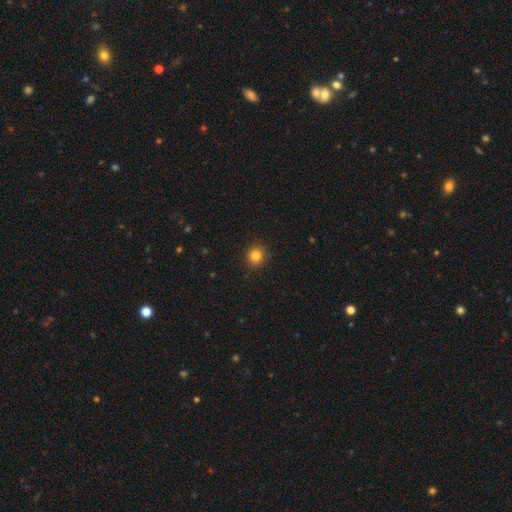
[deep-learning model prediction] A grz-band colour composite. It shows a smooth galaxy with no disk features (82%) that is round (91%). Merging: none (91%).